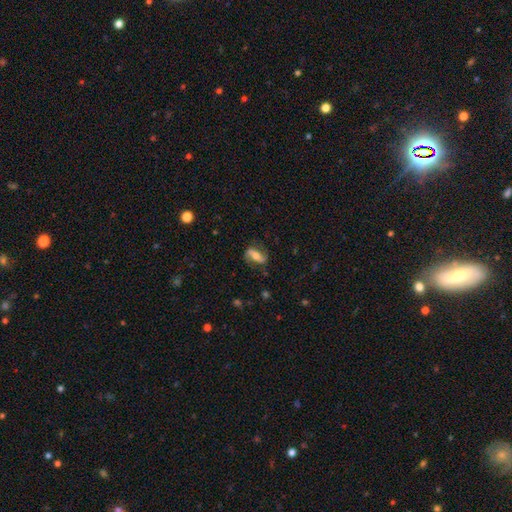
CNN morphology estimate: Smooth or featured?
  - featured or disk: 69% *
  - smooth: 24%
  - star or artifact: 7%
Edge-on disk?
  - no: 90% *
  - yes: 10%
Bar?
  - strong: 42% *
  - no: 30%
  - weak: 28%
Spiral arms?
  - yes: 87% *
  - no: 13%
Spiral winding?
  - loose: 61% *
  - medium: 27%
  - tight: 12%
Spiral arm count?
  - 2: 90% *
  - can't tell: 4%
  - 1: 3%
  - 3: 1%
  - 4: 1%
  - more than 4: 1%
Bulge size?
  - moderate: 58% *
  - small: 27%
  - large: 9%
  - none: 4%
  - dominant: 2%
Merging?
  - none: 76% *
  - minor disturbance: 16%
  - major disturbance: 7%
  - merger: 2%